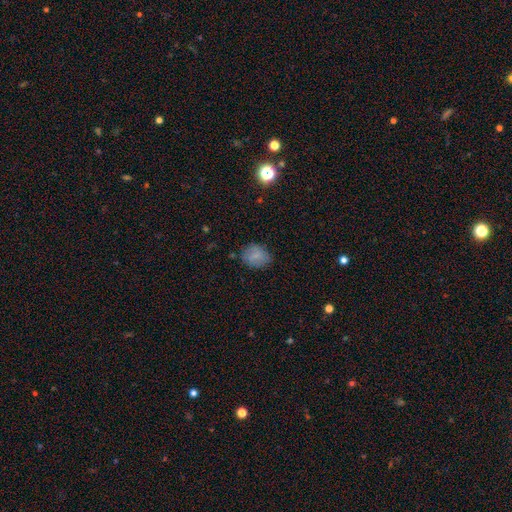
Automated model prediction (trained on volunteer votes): Morphology: type=smooth (78%); roundness=round (62%); merging=none (78%).